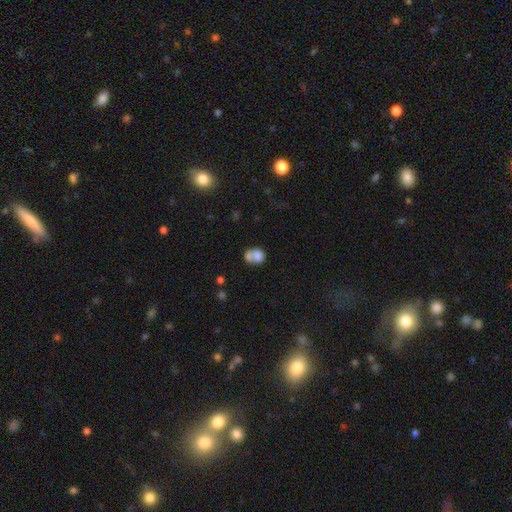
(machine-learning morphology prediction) The model was most divided on "how rounded": round: 58%, in between: 41%, cigar-shaped: 1%. More confident: smooth or featured — smooth (75%); merging — merger (60%).